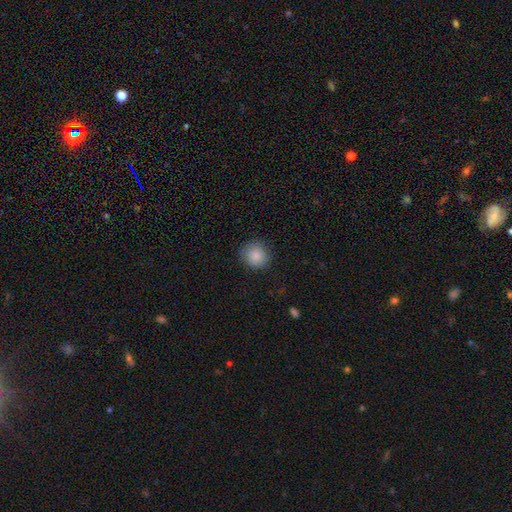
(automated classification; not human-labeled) smooth 86%, star or artifact 9%, featured or disk 5%. Down the decision tree: how rounded — round (90%); merging — none (87%).